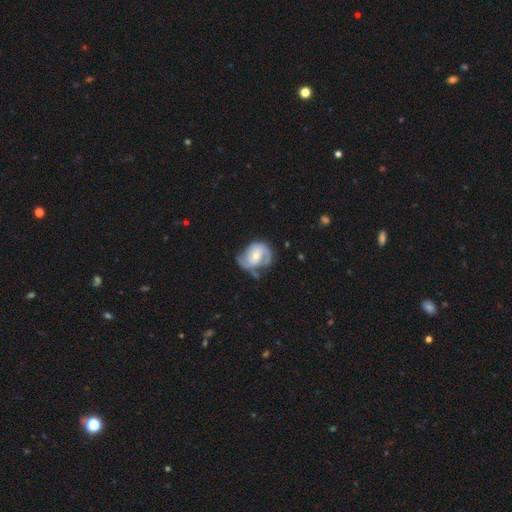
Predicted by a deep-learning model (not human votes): A featured or disk galaxy (74%) with no bar (58%), 2 (65%) medium (41%) spiral arms (86%) and a moderate central bulge (53%).

Vote fractions:
- Smooth or featured? featured or disk: 74% / smooth: 21% / star or artifact: 6%
- Edge-on disk? no: 97% / yes: 3%
- Bar? no: 58% / weak: 32% / strong: 10%
- Spiral arms? yes: 86% / no: 14%
- Spiral winding? medium: 41% / tight: 38% / loose: 20%
- Spiral arm count? 2: 65% / can't tell: 16% / 1: 10% / 3: 6% / 4: 1% / more than 4: 1%
- Bulge size? moderate: 53% / small: 42% / large: 3% / none: 1% / dominant: 1%
- Merging? none: 43% / minor disturbance: 30% / major disturbance: 21% / merger: 5%